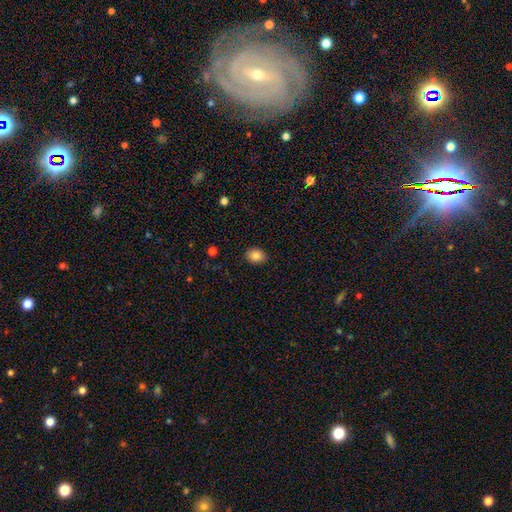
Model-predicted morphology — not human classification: The model was most divided on "how rounded": in between: 63%, round: 36%, cigar-shaped: 1%. More confident: merging — none (88%); smooth or featured — smooth (85%).